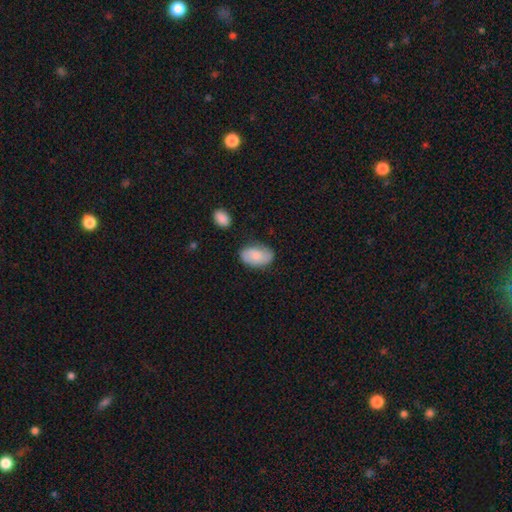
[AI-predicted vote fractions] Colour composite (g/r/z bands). It shows a smooth galaxy with no disk features (75%) that is in between round and cigar-shaped (93%). Merging: none (73%).